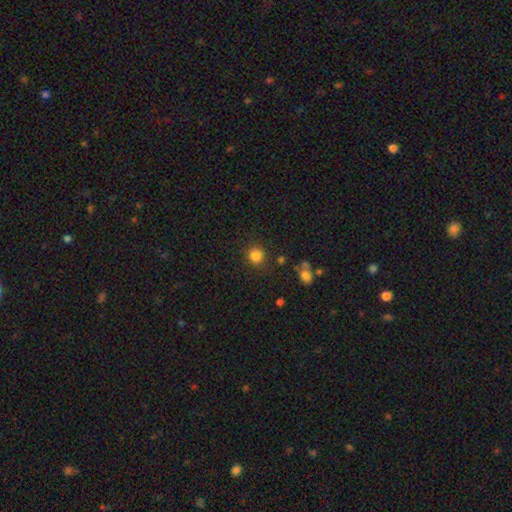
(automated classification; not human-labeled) Smooth or featured? Predicted: smooth (p=0.84). How rounded? Predicted: round (p=0.91). Merging? Predicted: none (p=0.85).